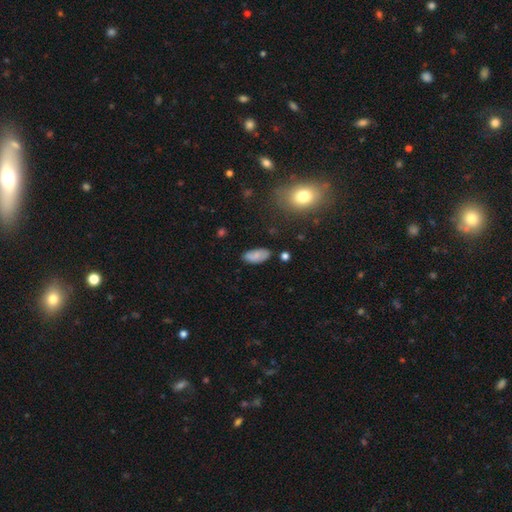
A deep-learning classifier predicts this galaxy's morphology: The model was most divided on "smooth or featured": smooth: 75%, featured or disk: 16%, star or artifact: 8%. More confident: how rounded — in between (92%); merging — none (78%).